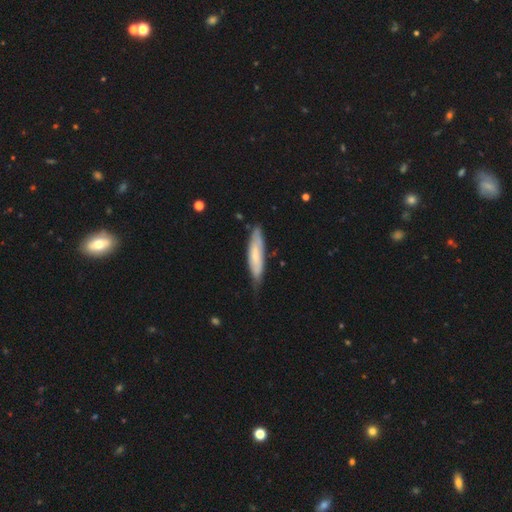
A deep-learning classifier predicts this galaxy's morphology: This is likely a smooth galaxy (62%). How rounded: likely cigar-shaped (75%). Merging: likely none (68%).